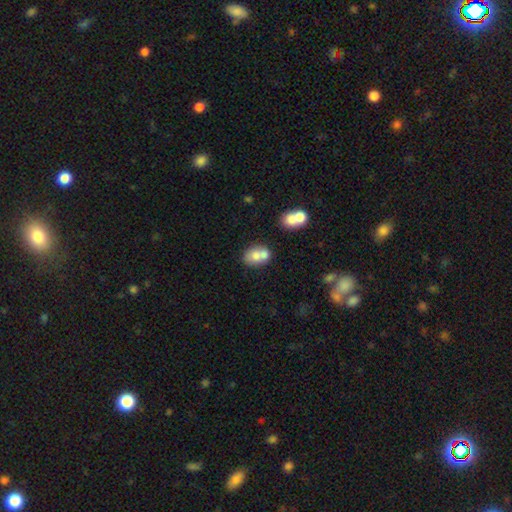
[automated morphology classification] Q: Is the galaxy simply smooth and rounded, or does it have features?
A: smooth — 68%.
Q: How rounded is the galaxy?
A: in between — 62%.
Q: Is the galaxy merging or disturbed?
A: merger — 49%.